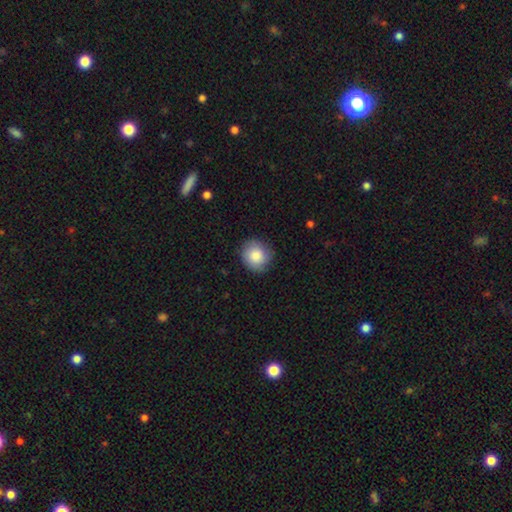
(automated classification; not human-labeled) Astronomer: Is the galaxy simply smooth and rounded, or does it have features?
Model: smooth — 85%.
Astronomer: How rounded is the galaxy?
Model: round — 86%.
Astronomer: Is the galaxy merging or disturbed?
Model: none — 85%.